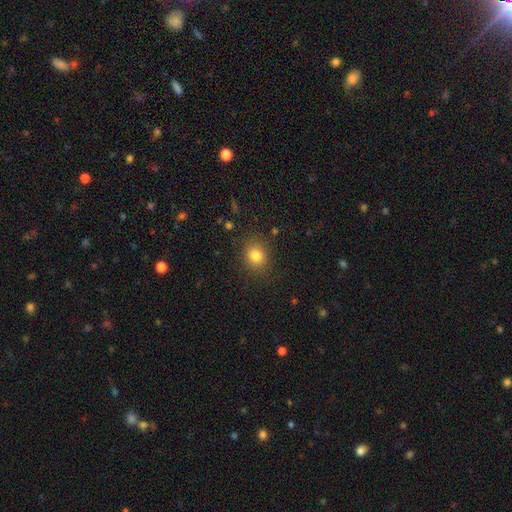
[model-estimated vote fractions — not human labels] Smooth or featured? Predicted: smooth (p=0.82). How rounded? Predicted: round (p=0.70). Merging? Predicted: none (p=0.85).